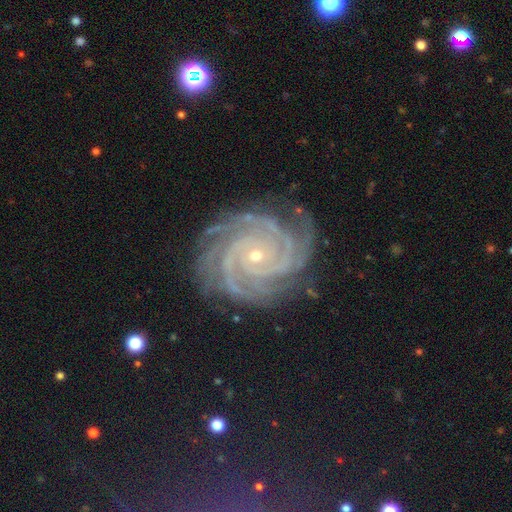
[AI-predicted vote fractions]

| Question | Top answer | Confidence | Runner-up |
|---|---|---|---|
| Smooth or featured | featured or disk | 92% | star or artifact (6%) |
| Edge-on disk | no | 98% | yes (2%) |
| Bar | no | 72% | weak (18%) |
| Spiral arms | yes | 99% | no (1%) |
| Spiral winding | tight | 84% | medium (14%) |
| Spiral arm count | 4 | 29% | 3 (24%) |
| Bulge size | small | 83% | moderate (15%) |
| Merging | none | 81% | minor disturbance (14%) |